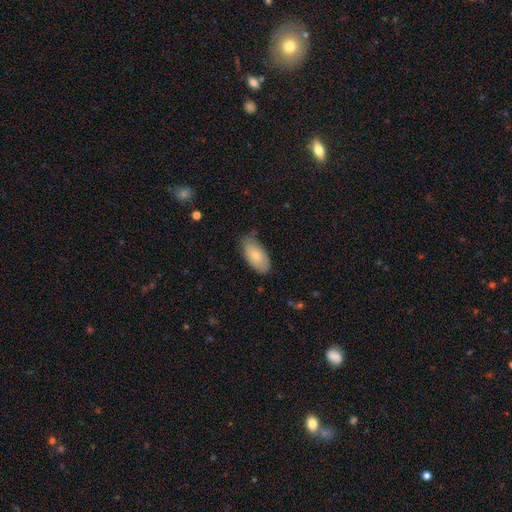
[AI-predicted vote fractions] Overall: smooth (77%). How rounded: in between (94%). Merging: none (67%).